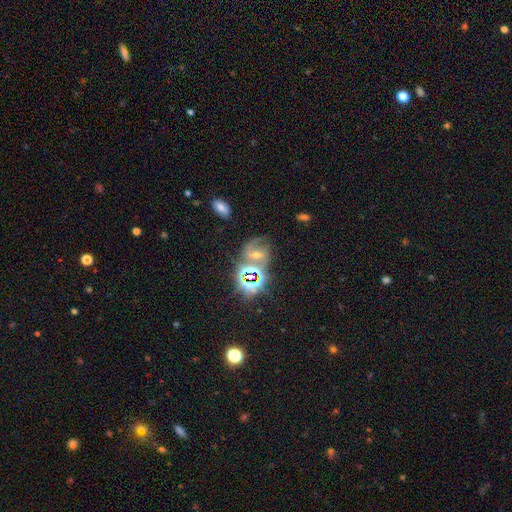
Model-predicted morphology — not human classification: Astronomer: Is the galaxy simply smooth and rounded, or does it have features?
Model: star or artifact — 46% (runner-up: featured or disk, 39%).